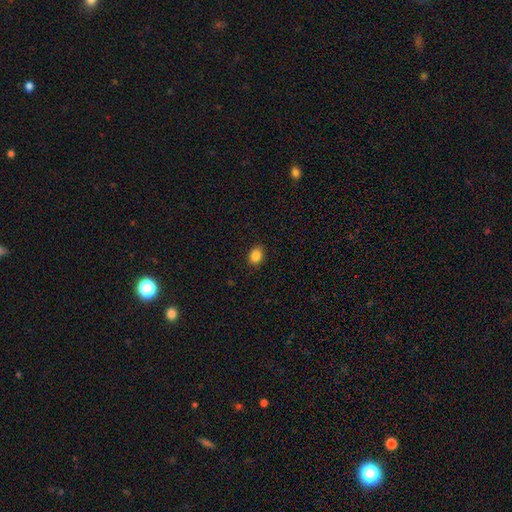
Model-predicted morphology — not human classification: smooth-or-featured: smooth: 86% | star or artifact: 10% | featured or disk: 4%
  how-rounded: in between: 57% | round: 42% | cigar-shaped: 1%
  merging: none: 89% | minor disturbance: 8% | major disturbance: 2% | merger: 1%